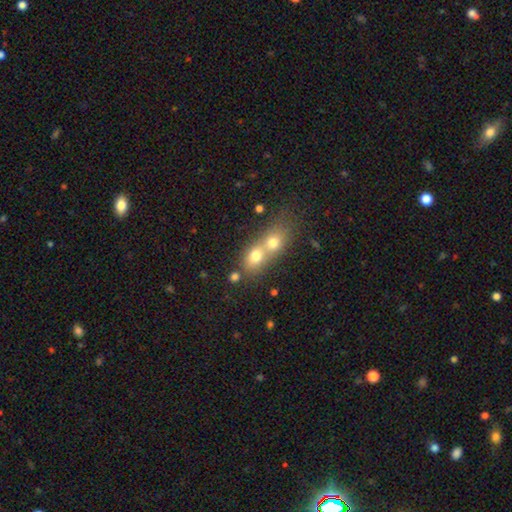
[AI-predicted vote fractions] smooth 71%, featured or disk 17%, star or artifact 11%. Down the decision tree: how rounded — in between (54%); merging — merger (70%).